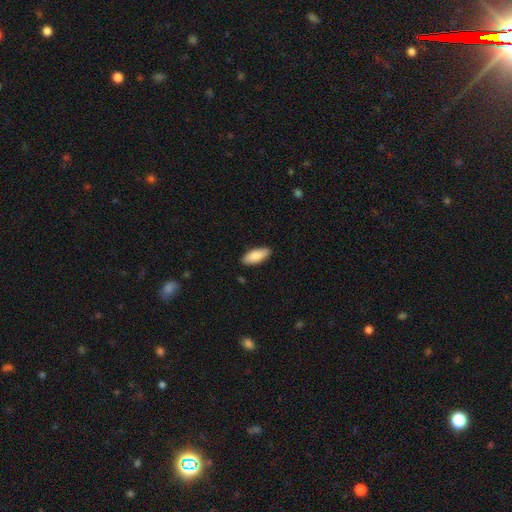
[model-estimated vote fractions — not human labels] This appears to be a smooth galaxy with no disk features (85%) that is in between round and cigar-shaped (83%). Merging: none (88%).